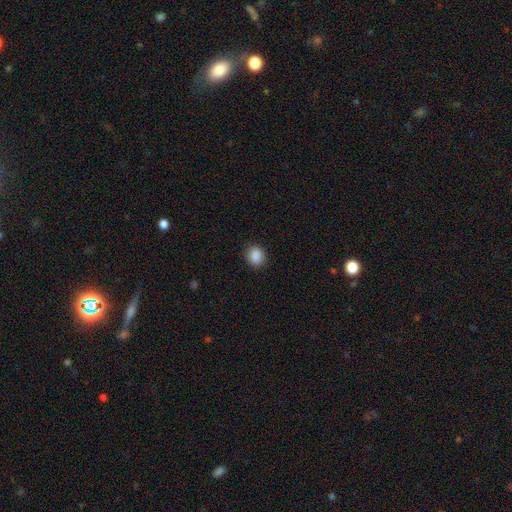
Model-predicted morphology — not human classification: type=smooth (88%); roundness=round (69%); merging=none (88%).